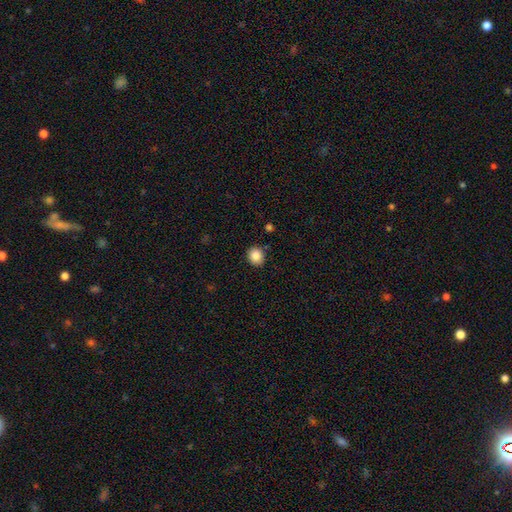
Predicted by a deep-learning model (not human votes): smooth 86%, star or artifact 9%, featured or disk 4%. Down the decision tree: how rounded — round (79%); merging — none (87%).